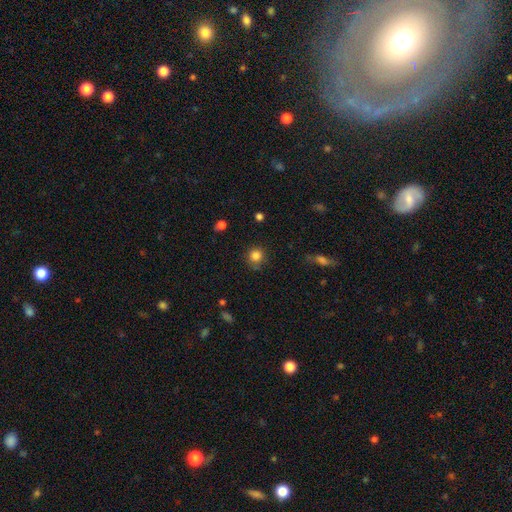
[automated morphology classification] A smooth galaxy with no disk features (83%) that is round (89%). Merging: none (79%).